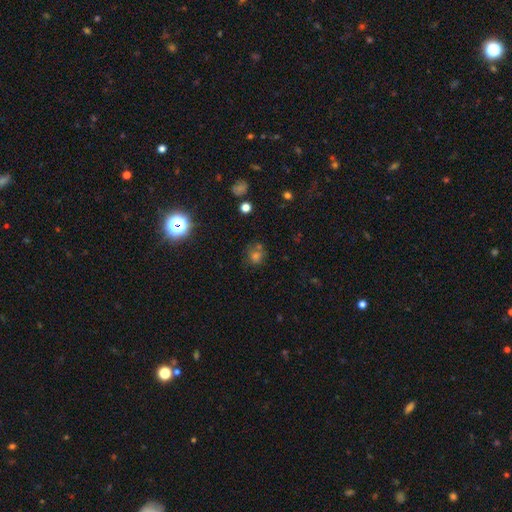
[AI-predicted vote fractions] A smooth galaxy with no disk features (55%) that is round (83%). Merging: none (67%).